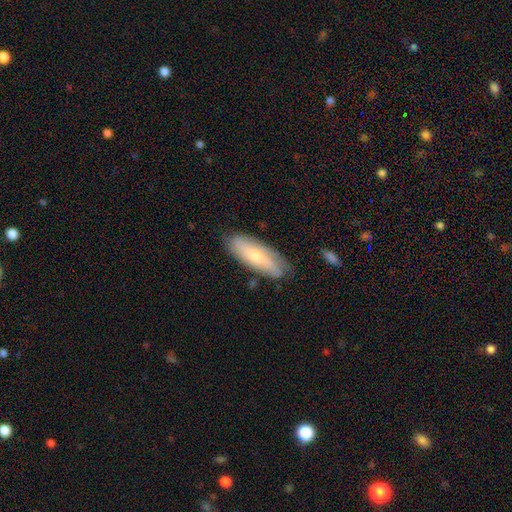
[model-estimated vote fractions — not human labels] Smooth or featured? Predicted: smooth (p=0.54). How rounded? Predicted: in between (p=0.59). Merging? Predicted: none (p=0.76).